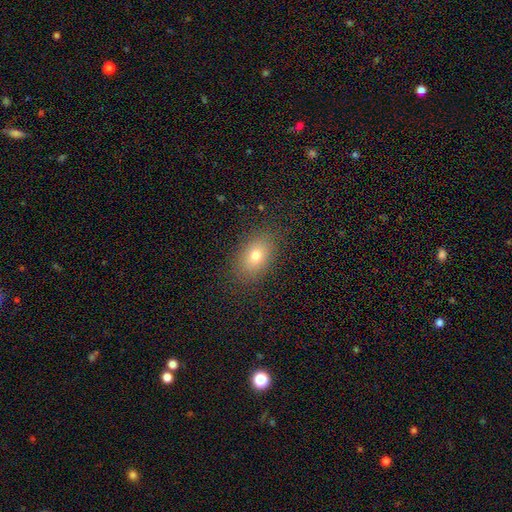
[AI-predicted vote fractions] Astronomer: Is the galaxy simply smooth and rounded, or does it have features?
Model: smooth — 76%.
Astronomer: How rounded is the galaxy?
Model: in between — 84%.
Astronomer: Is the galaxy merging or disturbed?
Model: none — 86%.